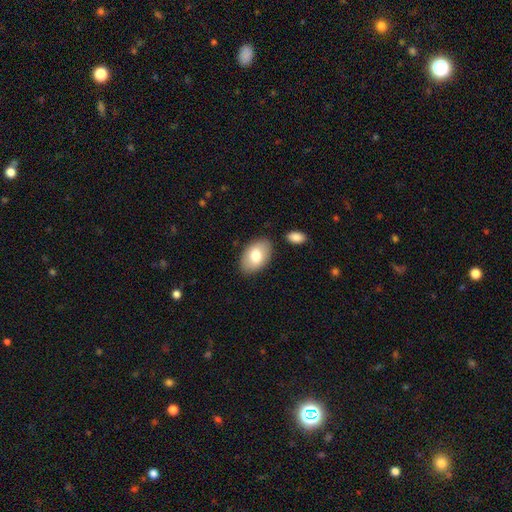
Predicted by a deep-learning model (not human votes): smooth-or-featured: smooth: 76% | featured or disk: 17% | star or artifact: 6%
  how-rounded: in between: 92% | round: 7% | cigar-shaped: 1%
  merging: none: 84% | minor disturbance: 11% | merger: 3% | major disturbance: 2%